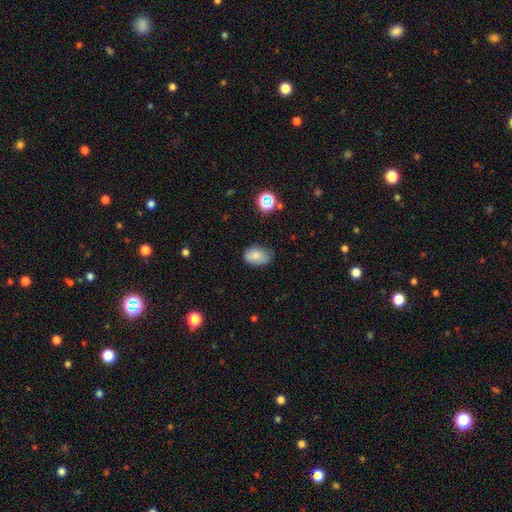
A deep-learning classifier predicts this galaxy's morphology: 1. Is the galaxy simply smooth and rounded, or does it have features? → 79% smooth, 11% featured or disk, 10% star or artifact.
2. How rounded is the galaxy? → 85% in between, 14% round, 1% cigar-shaped.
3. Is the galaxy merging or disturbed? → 62% none, 30% minor disturbance, 6% major disturbance, 2% merger.